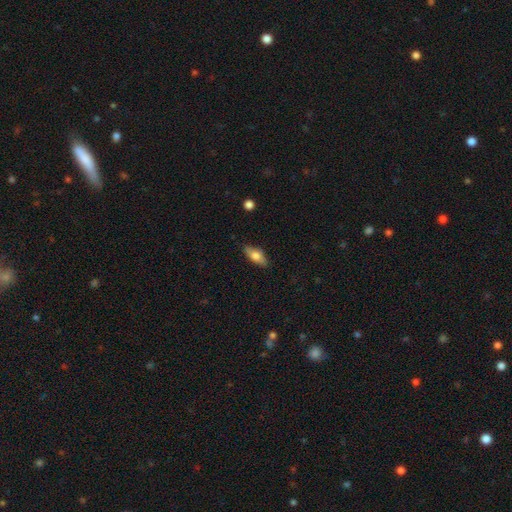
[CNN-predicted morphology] smooth_or_featured: smooth (p=0.71) [alt: featured or disk p=0.23]
how_rounded: in between (p=0.77) [alt: cigar-shaped p=0.20]
merging: none (p=0.85) [alt: minor disturbance p=0.12]